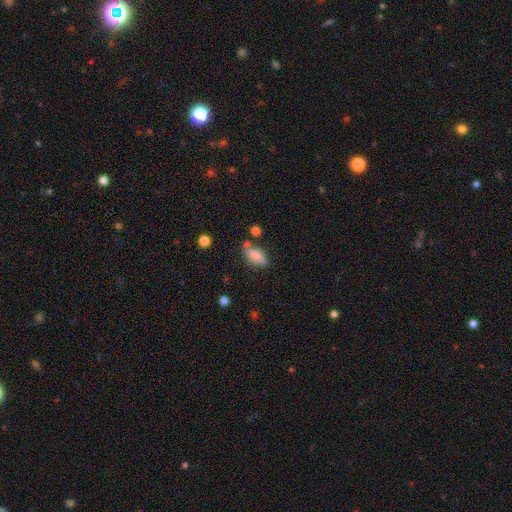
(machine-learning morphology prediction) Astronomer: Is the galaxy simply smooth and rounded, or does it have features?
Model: smooth — 78%.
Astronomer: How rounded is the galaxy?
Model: in between — 80%.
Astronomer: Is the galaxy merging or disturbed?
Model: none — 67%.